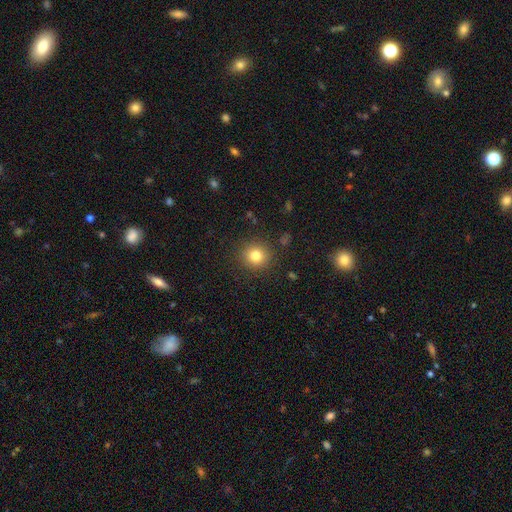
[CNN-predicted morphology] Smooth or featured? Predicted: smooth (p=0.80). How rounded? Predicted: round (p=0.90). Merging? Predicted: none (p=0.88).